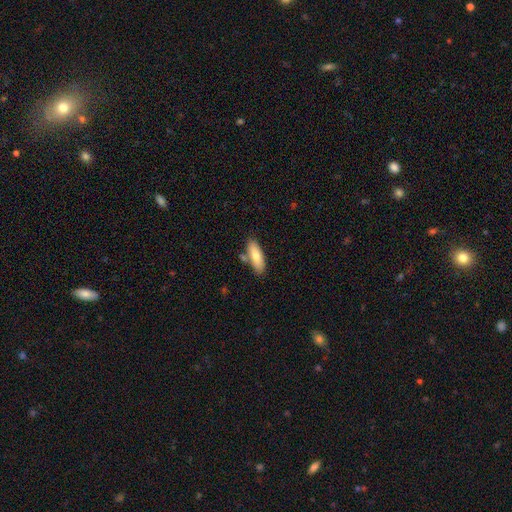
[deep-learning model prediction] The model was most divided on "how rounded": in between: 64%, cigar-shaped: 34%, round: 2%. More confident: smooth or featured — smooth (78%); merging — none (72%).